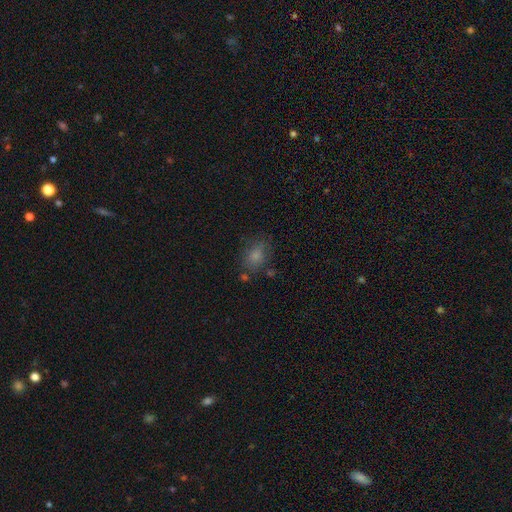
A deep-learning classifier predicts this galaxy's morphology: smooth 78%, star or artifact 12%, featured or disk 10%. Down the decision tree: how rounded — in between (66%); merging — none (70%).